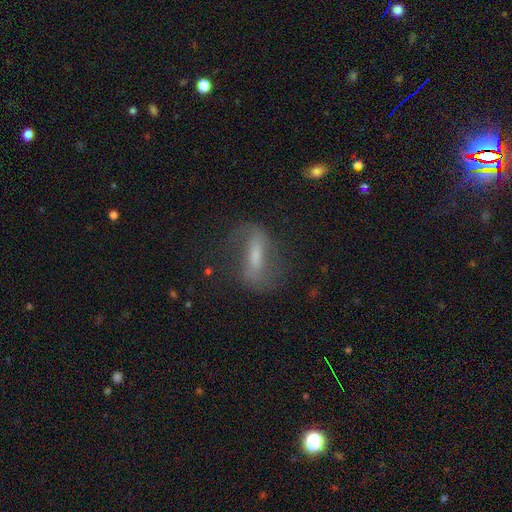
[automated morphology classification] type=featured or disk (68%); edge-on=no (85%); bar=strong (57%); spiral arms=yes (84%); bulge=small (37%); merging=none (67%).